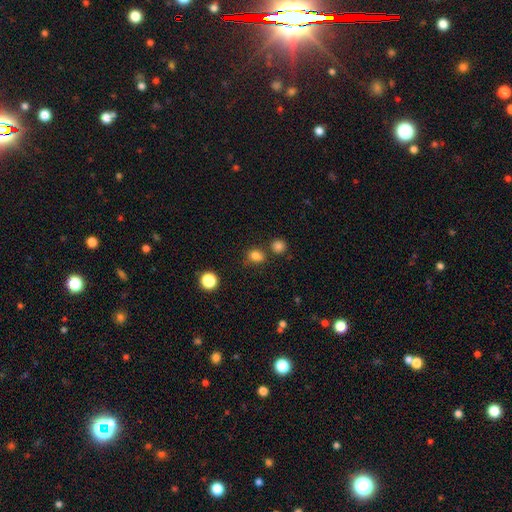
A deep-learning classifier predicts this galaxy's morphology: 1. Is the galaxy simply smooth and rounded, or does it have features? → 79% smooth, 15% star or artifact, 5% featured or disk.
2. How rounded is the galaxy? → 61% round, 38% in between, 1% cigar-shaped.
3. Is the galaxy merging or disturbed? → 70% none, 14% minor disturbance, 11% merger, 5% major disturbance.